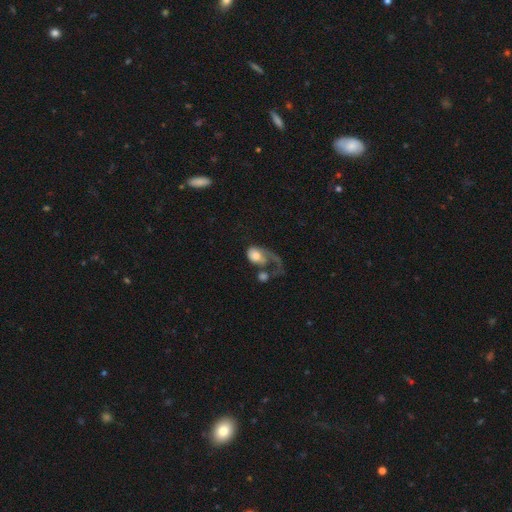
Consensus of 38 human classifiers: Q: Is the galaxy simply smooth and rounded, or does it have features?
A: smooth — 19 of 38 (50%).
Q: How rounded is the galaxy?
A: in between — 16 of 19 (84%).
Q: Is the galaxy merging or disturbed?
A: merger — 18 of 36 (50%).